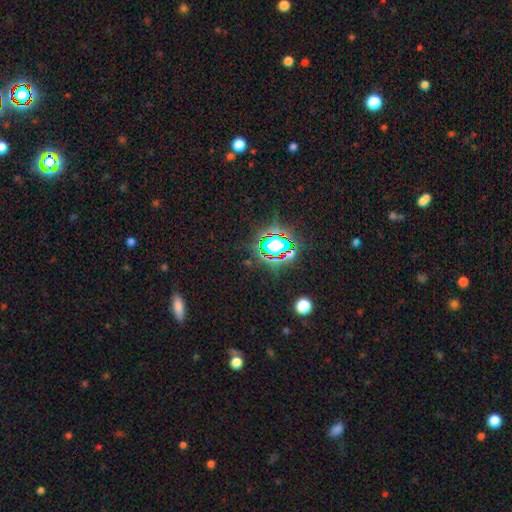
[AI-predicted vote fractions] Smooth or featured: star or artifact — 77% (smooth — 14%)